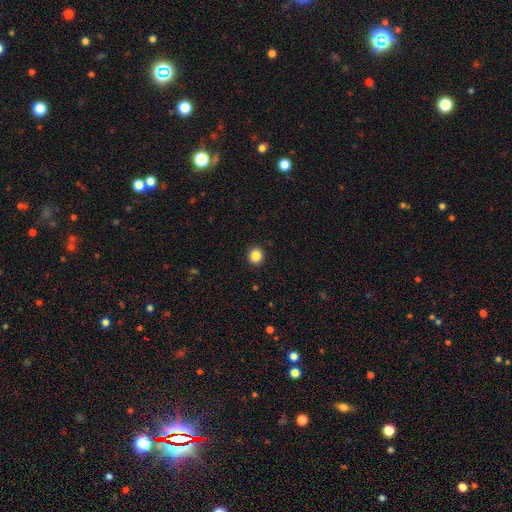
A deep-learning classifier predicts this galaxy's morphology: Q: Smooth or featured?
A: smooth (86%); runner-up: star or artifact (10%)
Q: How rounded?
A: round (86%); runner-up: in between (13%)
Q: Merging?
A: none (93%); runner-up: minor disturbance (5%)